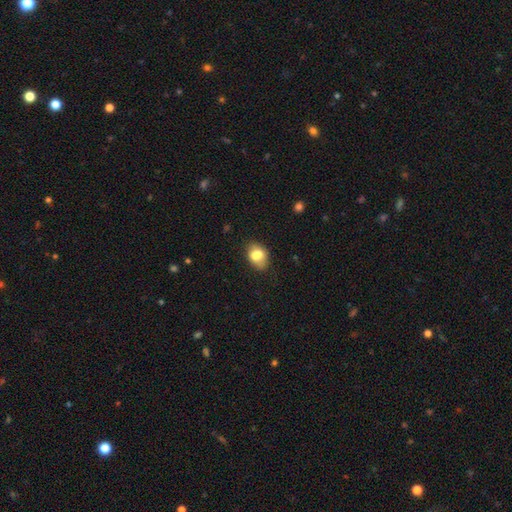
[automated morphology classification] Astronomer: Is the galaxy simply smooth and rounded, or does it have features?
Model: smooth — 78%.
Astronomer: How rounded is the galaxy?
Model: in between — 74%.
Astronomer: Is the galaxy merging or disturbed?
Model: none — 69%.